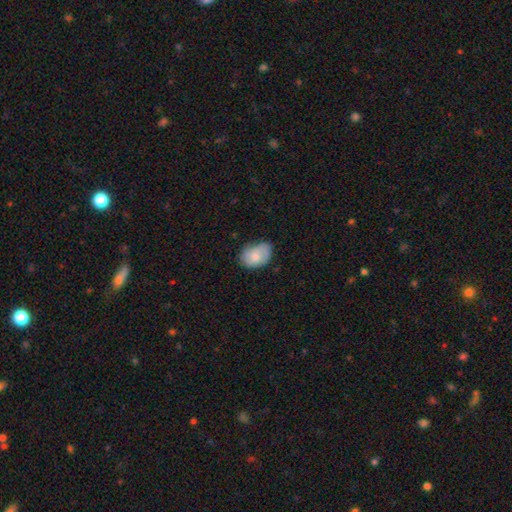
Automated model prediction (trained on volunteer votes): Smooth or featured? smooth (74%)
How rounded? in between (81%)
Merging? none (61%)